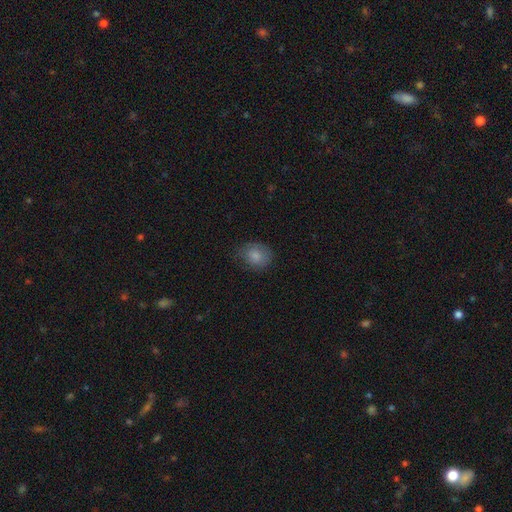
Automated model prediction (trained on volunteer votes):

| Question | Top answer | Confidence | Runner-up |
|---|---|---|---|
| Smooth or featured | smooth | 82% | featured or disk (10%) |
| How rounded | round | 55% | in between (44%) |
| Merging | none | 68% | minor disturbance (24%) |